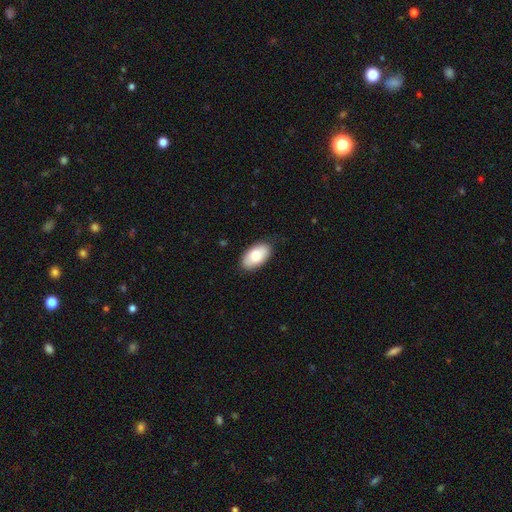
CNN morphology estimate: smooth_or_featured: smooth (p=0.81) [alt: featured or disk p=0.13]
how_rounded: in between (p=0.95) [alt: round p=0.03]
merging: none (p=0.84) [alt: minor disturbance p=0.13]